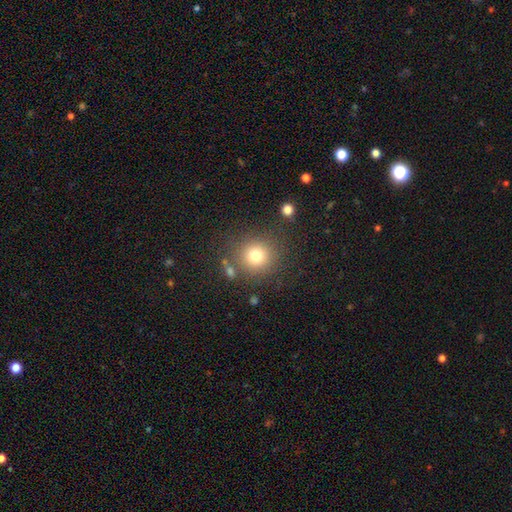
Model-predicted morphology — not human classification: The model was most divided on "smooth or featured": smooth: 77%, star or artifact: 14%, featured or disk: 9%. More confident: how rounded — round (92%); merging — none (81%).